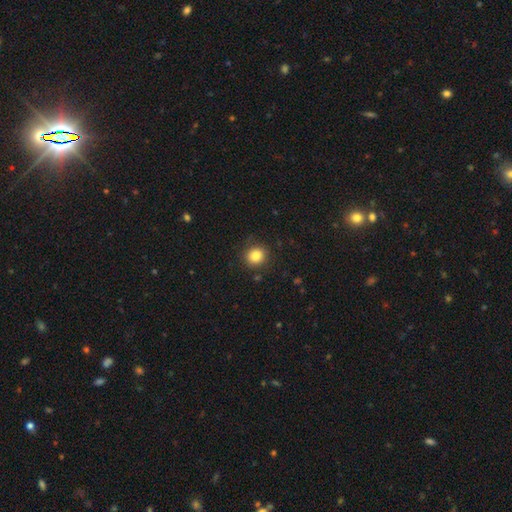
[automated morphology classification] The model was most divided on "how rounded": round: 84%, in between: 15%, cigar-shaped: 1%. More confident: merging — none (88%); smooth or featured — smooth (84%).